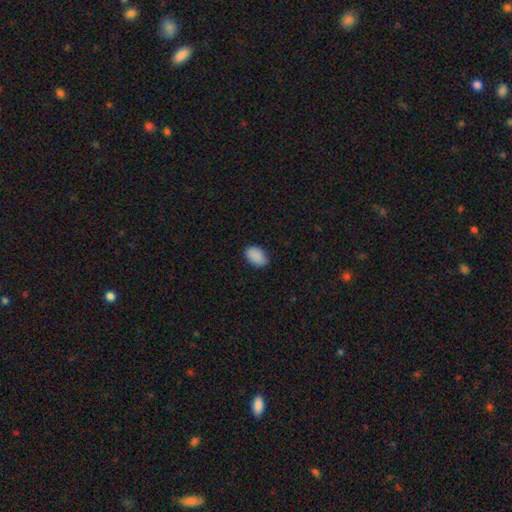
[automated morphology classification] smooth_or_featured: smooth (p=0.90) [alt: star or artifact p=0.07]
how_rounded: in between (p=0.89) [alt: round p=0.10]
merging: none (p=0.84) [alt: minor disturbance p=0.13]